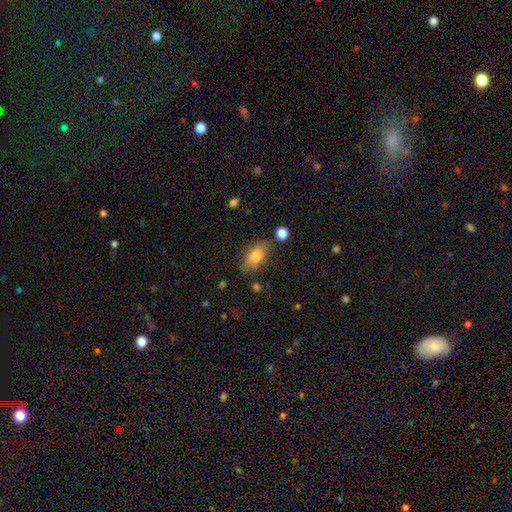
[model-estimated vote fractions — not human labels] Smooth or featured? Predicted: smooth (p=0.81). How rounded? Predicted: in between (p=0.89). Merging? Predicted: none (p=0.75).